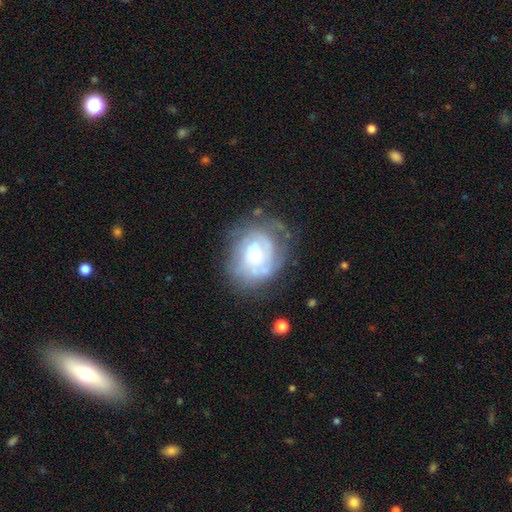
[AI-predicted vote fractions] Smooth or featured? Predicted: featured or disk (p=0.67). Edge-on disk? Predicted: no (p=0.98). Bar? Predicted: no (p=0.79). Spiral arms? Predicted: yes (p=0.68). Bulge size? Predicted: moderate (p=0.40). Merging? Predicted: none (p=0.56).